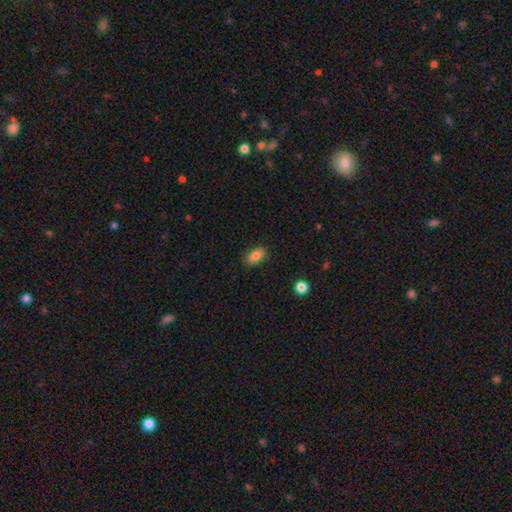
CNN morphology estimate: Q: Smooth or featured?
A: smooth (86%); runner-up: star or artifact (9%)
Q: How rounded?
A: in between (89%); runner-up: round (7%)
Q: Merging?
A: none (86%); runner-up: minor disturbance (10%)